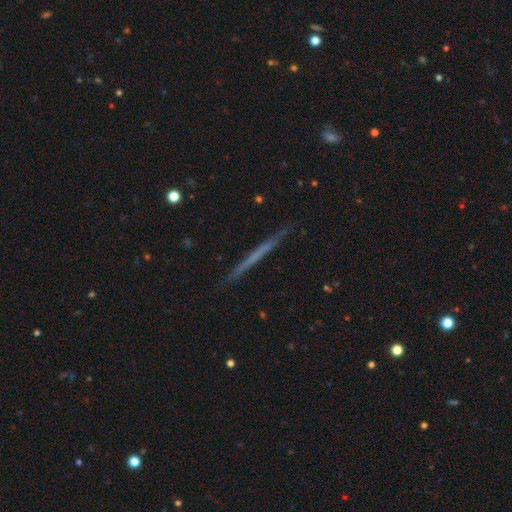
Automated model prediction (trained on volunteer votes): A featured or disk galaxy (50%). Merging: none (90%).